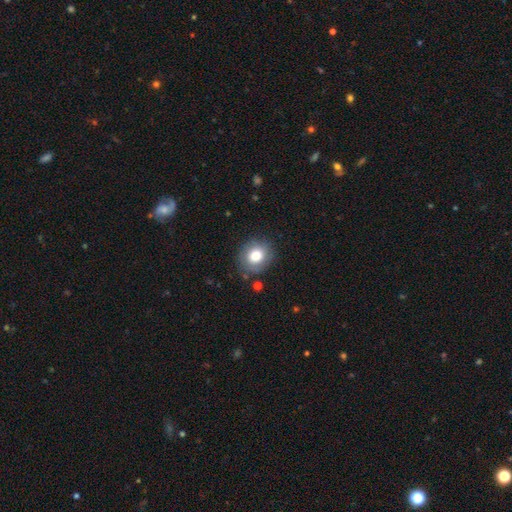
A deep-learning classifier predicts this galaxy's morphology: This is likely a smooth galaxy (79%). How rounded: likely round (71%). Merging: clearly none (81%).